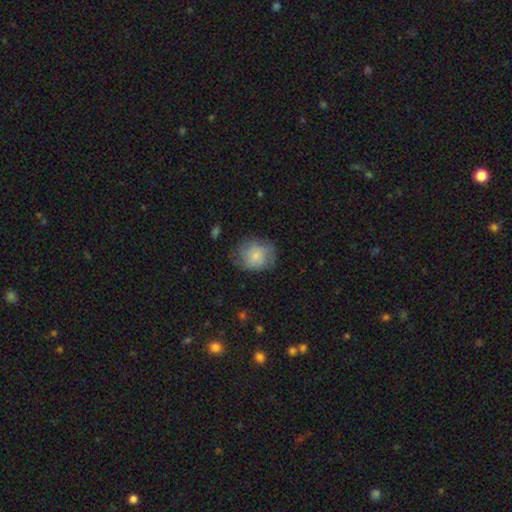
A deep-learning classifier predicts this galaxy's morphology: Smooth or featured?
  - smooth: 70% *
  - featured or disk: 22%
  - star or artifact: 8%
How rounded?
  - round: 64% *
  - in between: 35%
  - cigar-shaped: 1%
Merging?
  - none: 63% *
  - minor disturbance: 25%
  - major disturbance: 11%
  - merger: 1%